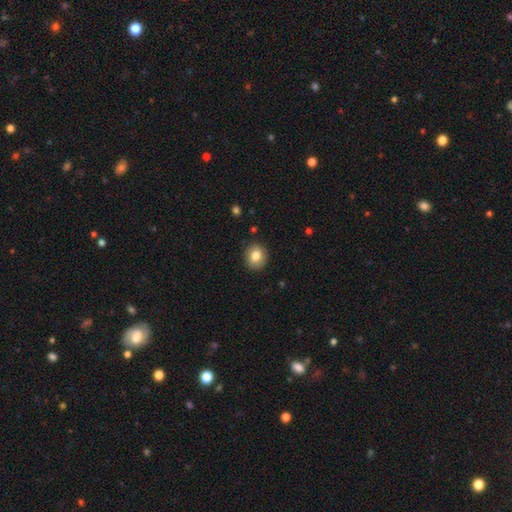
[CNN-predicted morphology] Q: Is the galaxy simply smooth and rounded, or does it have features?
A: smooth — 82%.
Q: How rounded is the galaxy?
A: round — 80%.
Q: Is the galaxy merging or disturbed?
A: none — 89%.